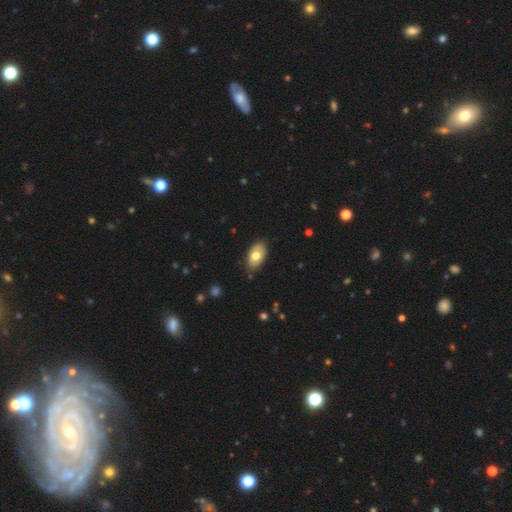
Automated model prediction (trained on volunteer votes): A smooth galaxy with no disk features (74%) that is in between round and cigar-shaped (93%).

Vote fractions:
- Smooth or featured? smooth: 74% / featured or disk: 19% / star or artifact: 7%
- How rounded? in between: 93% / round: 5% / cigar-shaped: 2%
- Merging? none: 82% / minor disturbance: 15% / major disturbance: 2% / merger: 1%